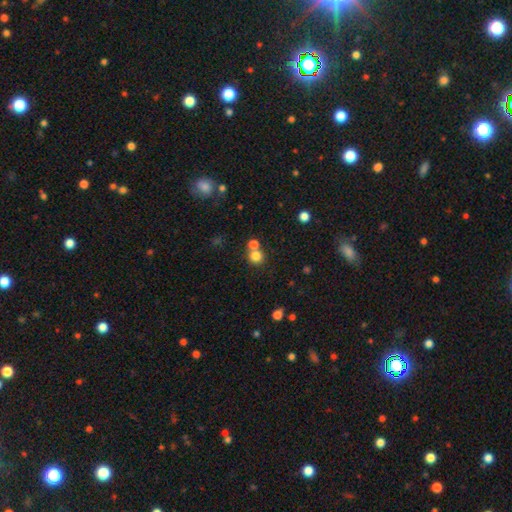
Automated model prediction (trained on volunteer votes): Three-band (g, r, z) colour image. It shows a smooth galaxy with no disk features (79%) that is round (89%). Merging: none (57%).